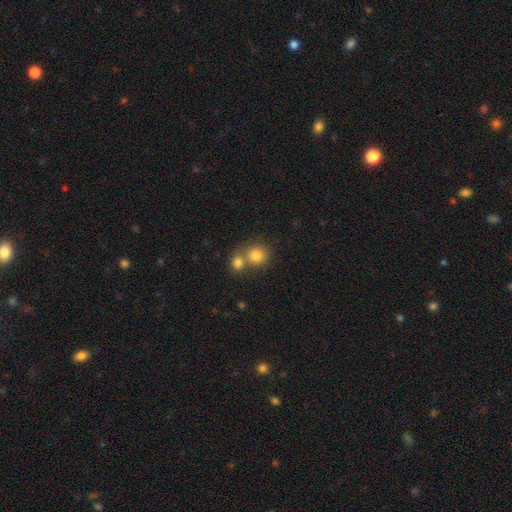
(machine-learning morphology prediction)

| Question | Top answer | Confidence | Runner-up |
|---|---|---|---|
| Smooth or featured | smooth | 81% | star or artifact (11%) |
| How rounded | round | 86% | in between (13%) |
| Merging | none | 46% | tied: merger (46%) |